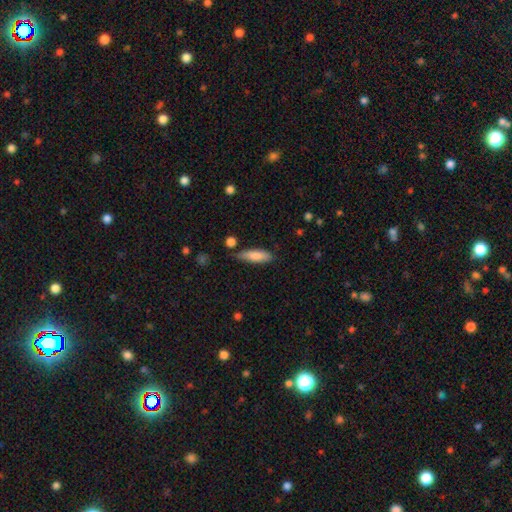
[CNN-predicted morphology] This is clearly a smooth galaxy (82%). How rounded: possibly cigar-shaped (53%). Merging: likely none (72%).